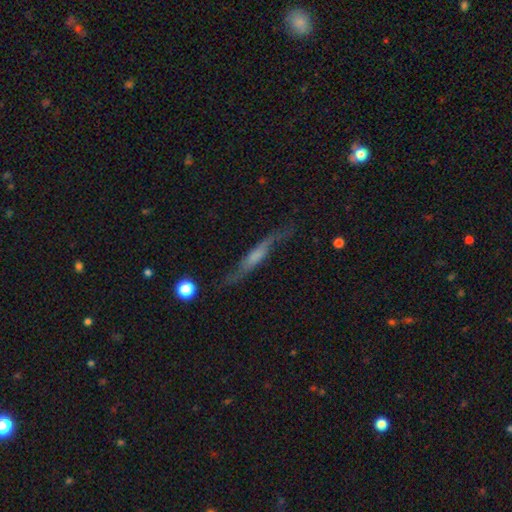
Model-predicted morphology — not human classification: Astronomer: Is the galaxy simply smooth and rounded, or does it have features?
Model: featured or disk — 62%.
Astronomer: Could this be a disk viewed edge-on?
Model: yes — 63%.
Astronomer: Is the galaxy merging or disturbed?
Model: none — 65%.